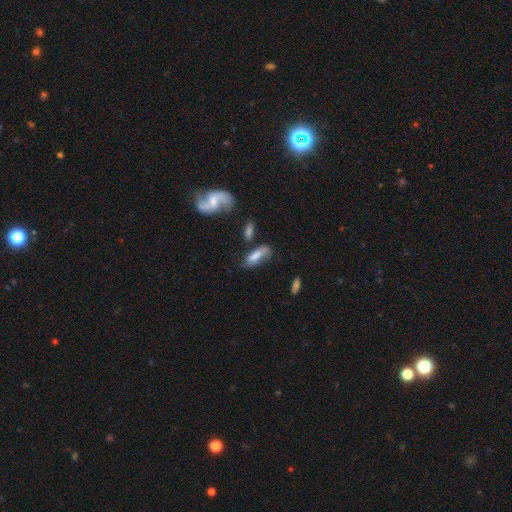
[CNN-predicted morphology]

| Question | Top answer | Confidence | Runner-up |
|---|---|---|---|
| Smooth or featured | smooth | 68% | featured or disk (23%) |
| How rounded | in between | 62% | cigar-shaped (35%) |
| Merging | none | 50% | minor disturbance (26%) |